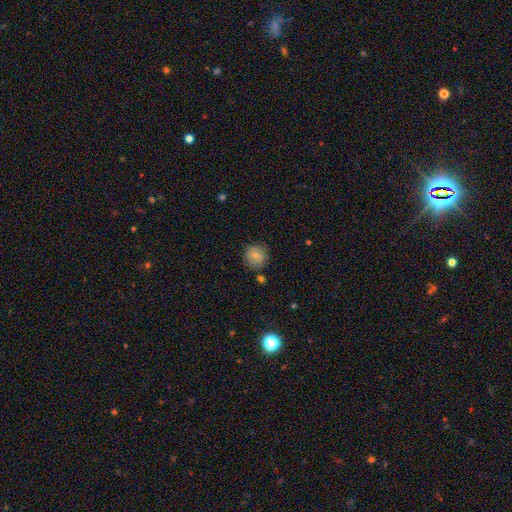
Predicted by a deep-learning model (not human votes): Smooth or featured? smooth (76%)
How rounded? round (91%)
Merging? none (83%)